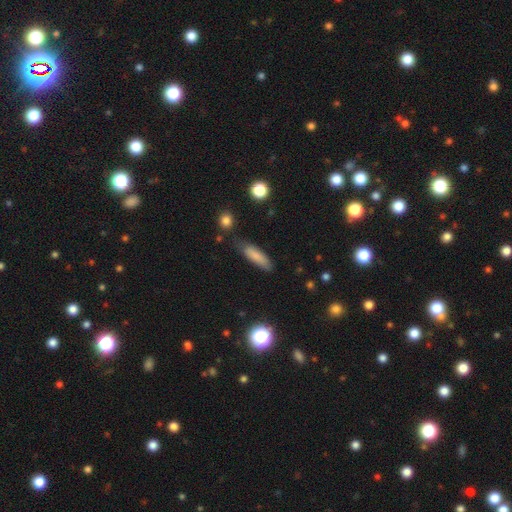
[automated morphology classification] Smooth or featured? Predicted: smooth (p=0.82). How rounded? Predicted: cigar-shaped (p=0.60). Merging? Predicted: none (p=0.73).